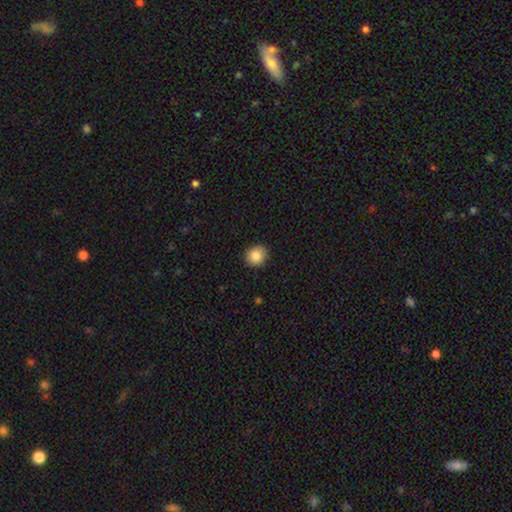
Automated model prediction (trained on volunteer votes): The model was most divided on "how rounded": round: 81%, in between: 18%, cigar-shaped: 1%. More confident: merging — none (90%); smooth or featured — smooth (87%).